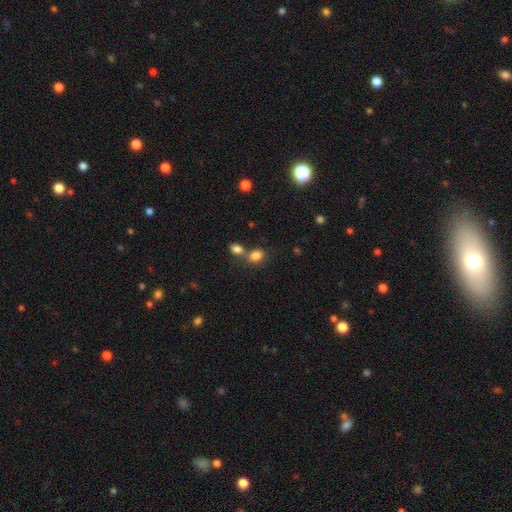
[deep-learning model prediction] Morphology: type=smooth (81%); roundness=round (52%); merging=none (47%).